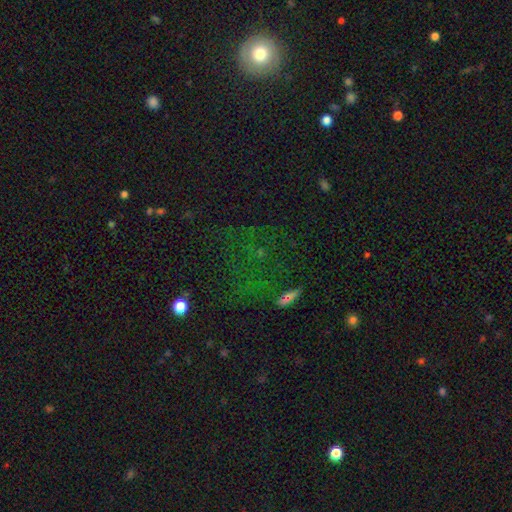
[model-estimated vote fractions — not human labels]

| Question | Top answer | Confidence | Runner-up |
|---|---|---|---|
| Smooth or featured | star or artifact | 58% | smooth (27%) |